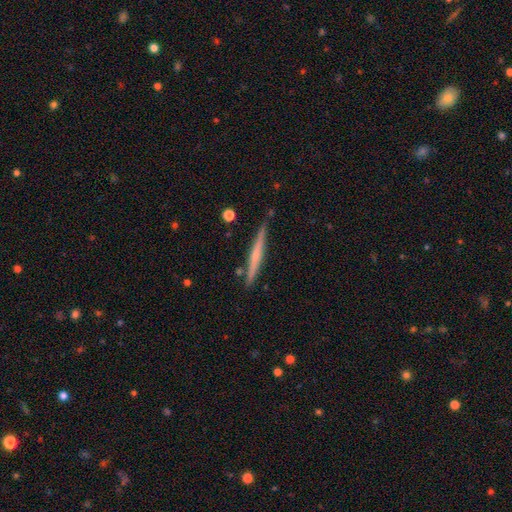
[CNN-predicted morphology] Smooth or featured? Predicted: featured or disk (p=0.56). Edge-on disk? Predicted: yes (p=0.98). Edge-on bulge? Predicted: none (p=0.57). Merging? Predicted: none (p=0.86).